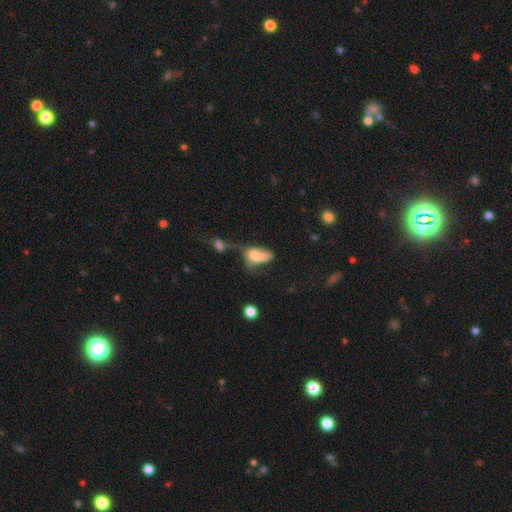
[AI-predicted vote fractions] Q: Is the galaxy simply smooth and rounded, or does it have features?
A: smooth — 62%.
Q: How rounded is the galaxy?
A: in between — 84%.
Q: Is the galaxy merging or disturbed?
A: major disturbance — 34%.